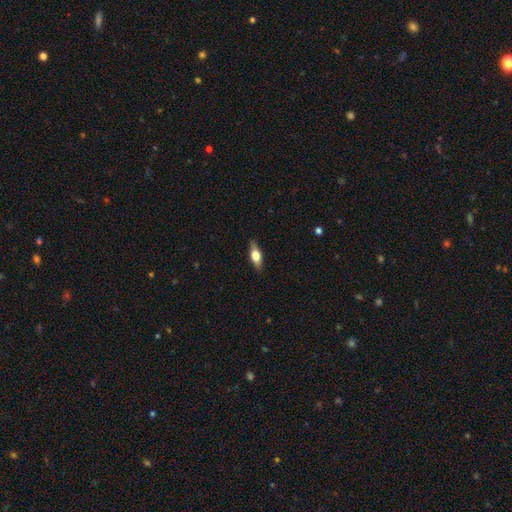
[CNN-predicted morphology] This is possibly a smooth galaxy (51%). How rounded: likely in between (64%). Merging: clearly none (84%).